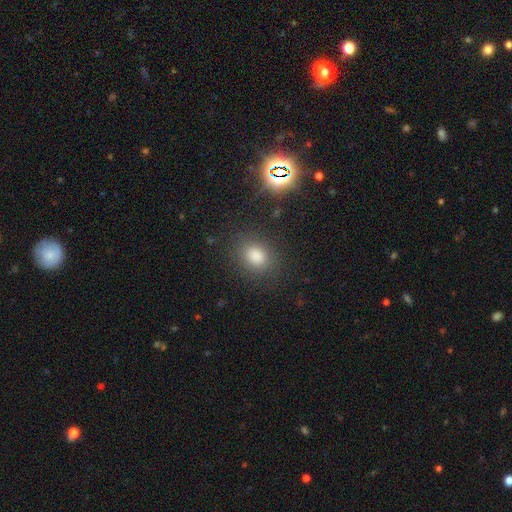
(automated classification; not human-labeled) Overall: smooth (76%). How rounded: round (54%; in between 45%). Merging: none (85%).